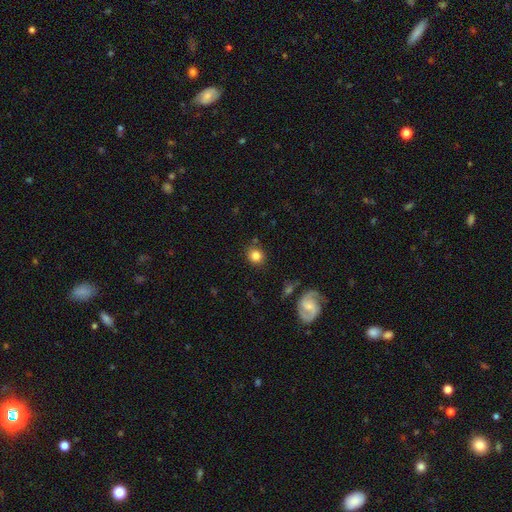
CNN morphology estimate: The model was most divided on "how rounded": round: 81%, in between: 18%, cigar-shaped: 1%. More confident: merging — none (83%); smooth or featured — smooth (82%).